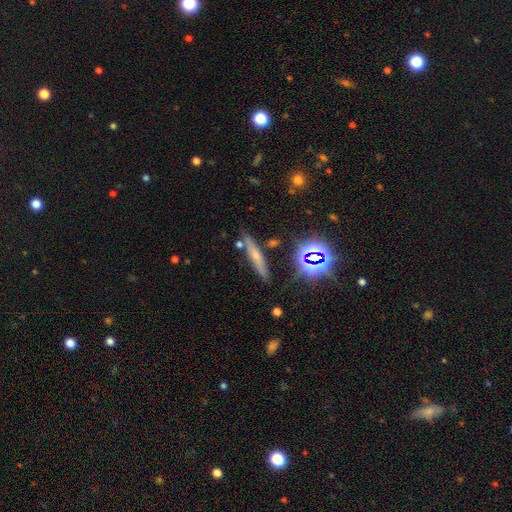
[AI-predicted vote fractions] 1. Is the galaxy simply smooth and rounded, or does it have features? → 44% smooth, 35% featured or disk, 21% star or artifact.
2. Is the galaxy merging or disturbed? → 81% none, 11% minor disturbance, 5% merger, 3% major disturbance.